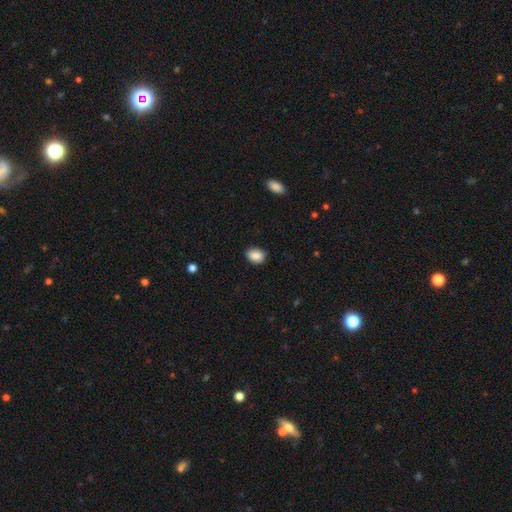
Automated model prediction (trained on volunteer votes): Smooth or featured?
  - smooth: 86% *
  - star or artifact: 8%
  - featured or disk: 6%
How rounded?
  - in between: 66% *
  - round: 33%
  - cigar-shaped: 1%
Merging?
  - none: 88% *
  - minor disturbance: 9%
  - major disturbance: 2%
  - merger: 1%